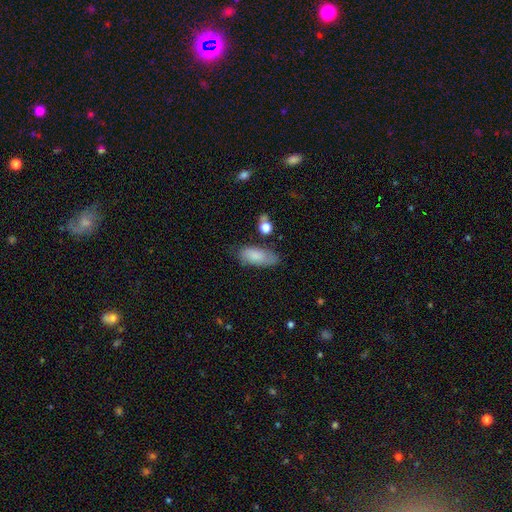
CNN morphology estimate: smooth-or-featured: smooth: 82% | featured or disk: 12% | star or artifact: 7%
  how-rounded: in between: 84% | cigar-shaped: 14% | round: 2%
  merging: none: 71% | minor disturbance: 21% | major disturbance: 5% | merger: 3%